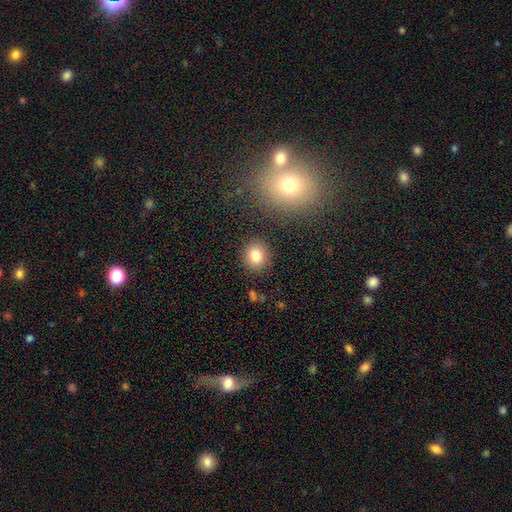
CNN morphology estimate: smooth-or-featured: smooth: 82% | star or artifact: 11% | featured or disk: 7%
  how-rounded: round: 78% | in between: 21% | cigar-shaped: 1%
  merging: none: 86% | minor disturbance: 8% | major disturbance: 3% | merger: 3%